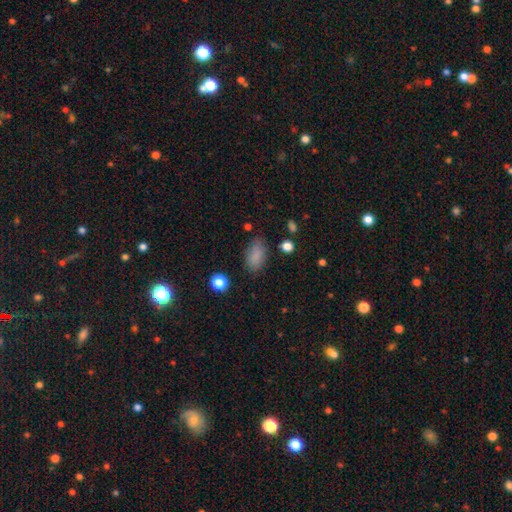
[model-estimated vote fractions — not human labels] A smooth galaxy with no disk features (85%) that is in between round and cigar-shaped (91%).

Vote fractions:
- Smooth or featured? smooth: 85% / star or artifact: 10% / featured or disk: 6%
- How rounded? in between: 91% / round: 6% / cigar-shaped: 3%
- Merging? none: 76% / minor disturbance: 17% / major disturbance: 5% / merger: 2%